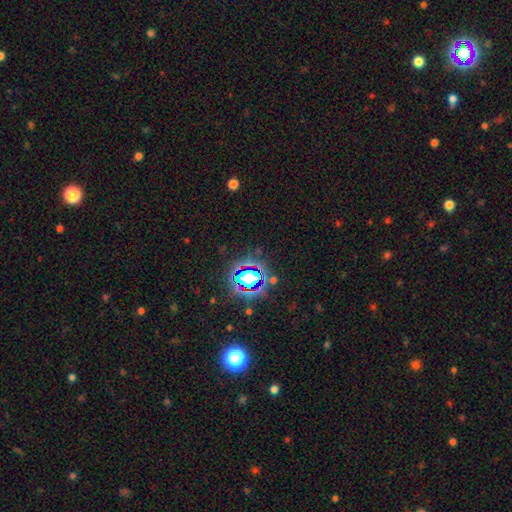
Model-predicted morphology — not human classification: This is clearly a star or artifact rather than a galaxy (81%).